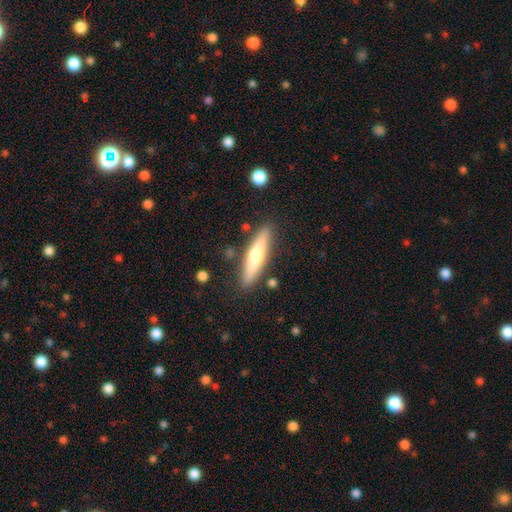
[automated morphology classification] smooth 57%, featured or disk 37%, star or artifact 6%. Down the decision tree: how rounded — cigar-shaped (82%); merging — none (84%).